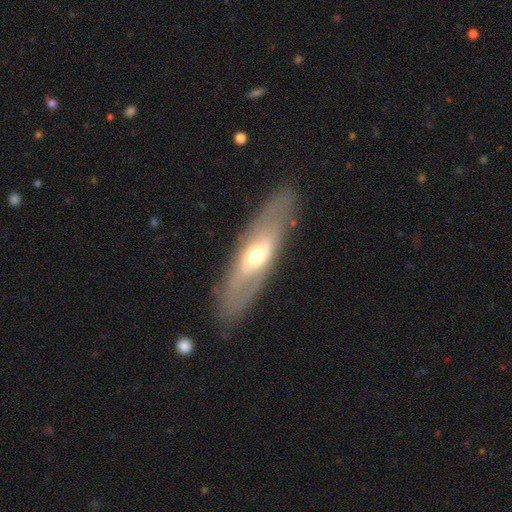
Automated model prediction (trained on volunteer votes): Morphology: type=featured or disk (62%); edge-on=no (61%); merging=none (83%).